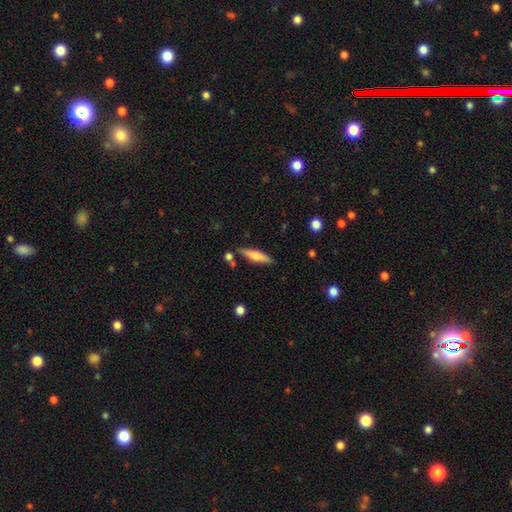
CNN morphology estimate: The model was most divided on "smooth or featured": smooth: 53%, featured or disk: 40%, star or artifact: 6%. More confident: merging — none (81%); how rounded — cigar-shaped (74%).